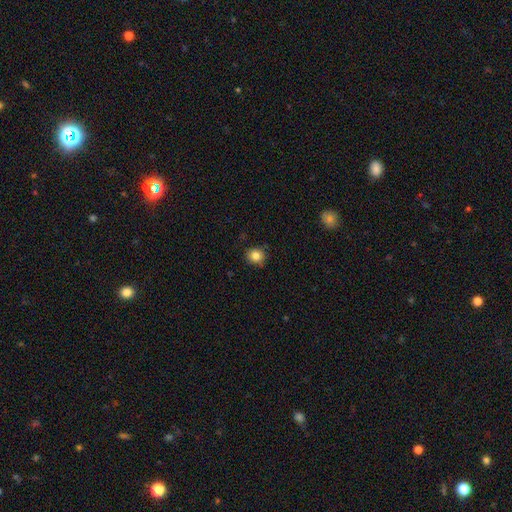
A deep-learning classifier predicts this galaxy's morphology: A smooth galaxy with no disk features (83%) that is round (84%). Merging: none (85%).